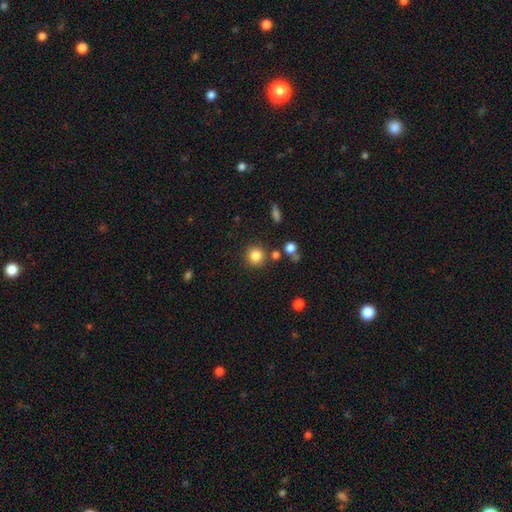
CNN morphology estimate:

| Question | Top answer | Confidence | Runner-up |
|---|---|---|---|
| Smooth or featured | smooth | 84% | star or artifact (11%) |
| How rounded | round | 93% | in between (6%) |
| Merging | none | 83% | minor disturbance (8%) |